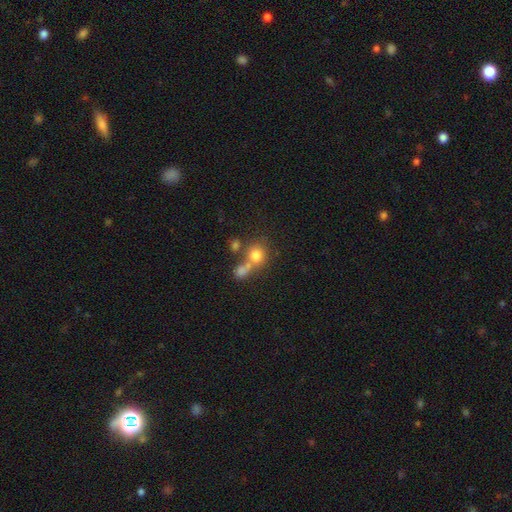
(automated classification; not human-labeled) The model was most divided on "merging": none: 44%, merger: 41%, minor disturbance: 9%, major disturbance: 6%. More confident: how rounded — round (81%); smooth or featured — smooth (74%).